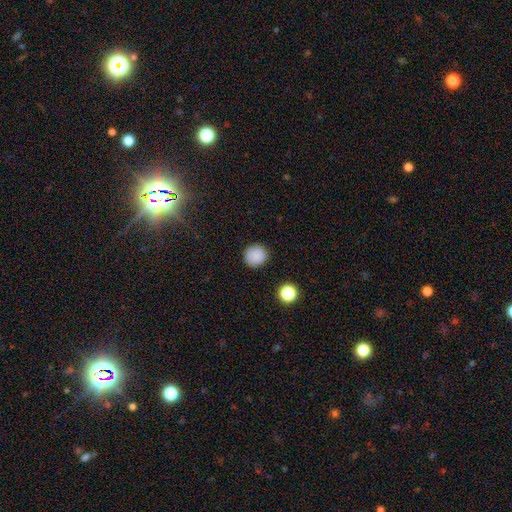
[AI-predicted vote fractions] smooth_or_featured: smooth (p=0.85) [alt: star or artifact p=0.11]
how_rounded: round (p=0.93) [alt: in between p=0.06]
merging: none (p=0.90) [alt: minor disturbance p=0.06]